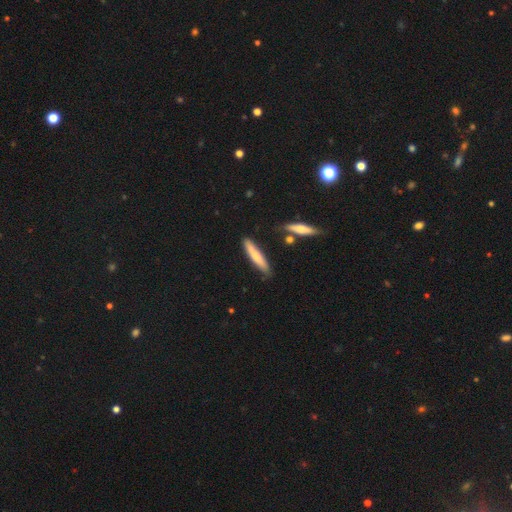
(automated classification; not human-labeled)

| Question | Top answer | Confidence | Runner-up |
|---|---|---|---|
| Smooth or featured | smooth | 69% | featured or disk (26%) |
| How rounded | cigar-shaped | 90% | in between (9%) |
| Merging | none | 81% | minor disturbance (13%) |